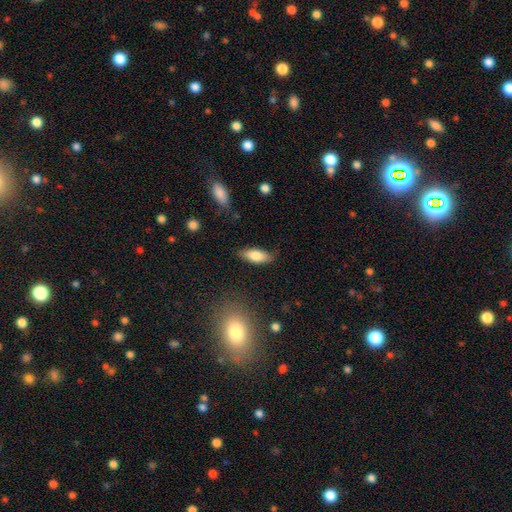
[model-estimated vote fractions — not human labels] Smooth or featured: smooth — 78% (featured or disk — 15%)
How rounded: in between — 79% (cigar-shaped — 18%)
Merging: none — 81% (minor disturbance — 14%)